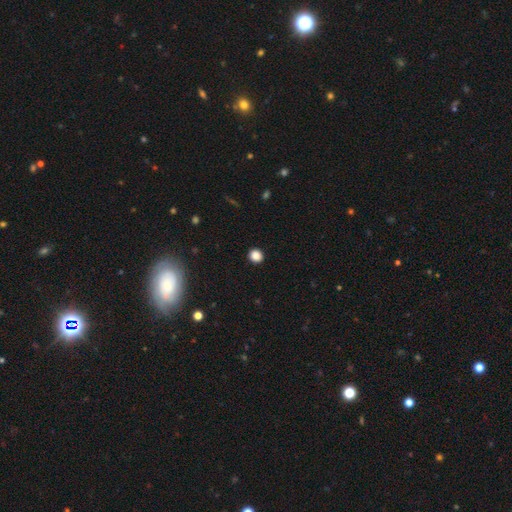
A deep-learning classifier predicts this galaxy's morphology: Smooth or featured: smooth — 86% (star or artifact — 11%)
How rounded: round — 87% (in between — 12%)
Merging: none — 92% (minor disturbance — 5%)